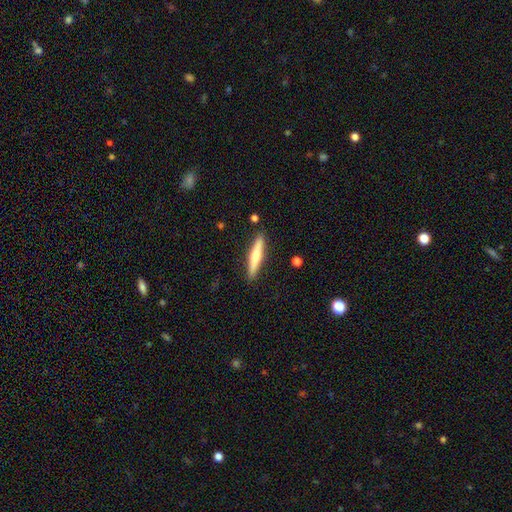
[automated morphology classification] smooth 56%, featured or disk 38%, star or artifact 5%. Down the decision tree: how rounded — cigar-shaped (90%); merging — none (89%).